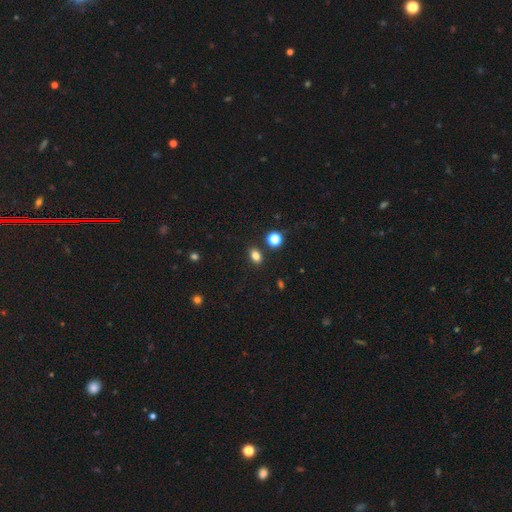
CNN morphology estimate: Q: Smooth or featured?
A: smooth (80%); runner-up: star or artifact (14%)
Q: How rounded?
A: in between (69%); runner-up: round (29%)
Q: Merging?
A: none (84%); runner-up: minor disturbance (9%)